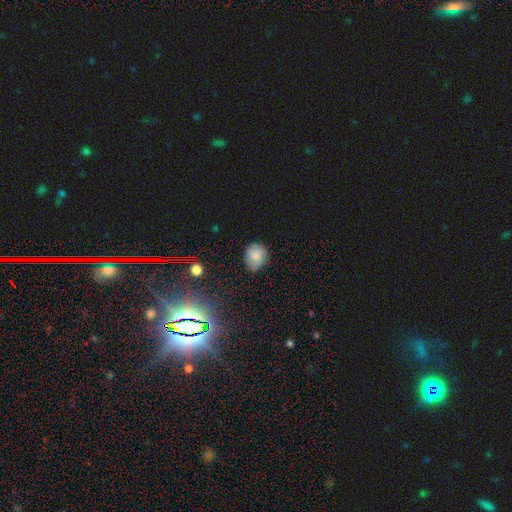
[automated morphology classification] Smooth or featured? smooth (79%)
How rounded? round (61%)
Merging? none (77%)